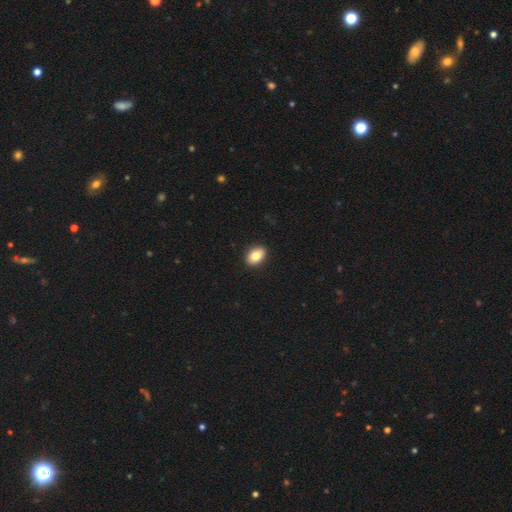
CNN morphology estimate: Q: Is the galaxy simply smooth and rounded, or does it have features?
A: smooth — 83%.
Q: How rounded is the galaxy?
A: in between — 79%.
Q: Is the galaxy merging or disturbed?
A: none — 91%.